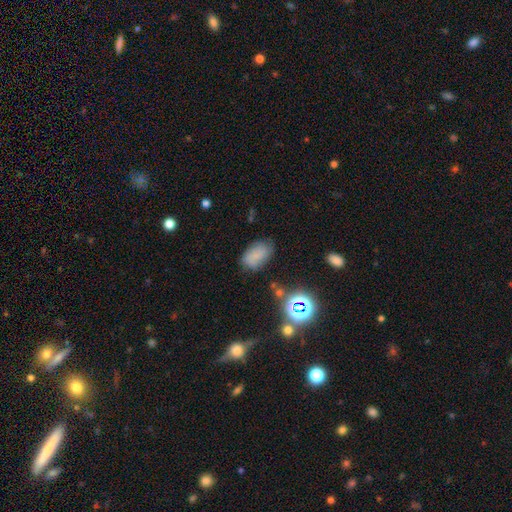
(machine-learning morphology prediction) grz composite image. It shows a smooth galaxy with no disk features (68%) that is in between round and cigar-shaped (89%). Merging: none (69%).